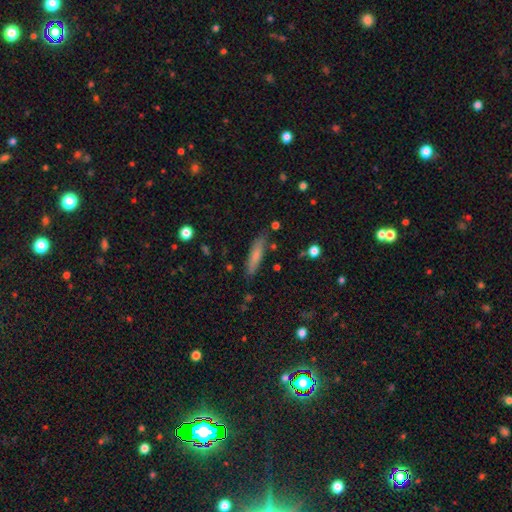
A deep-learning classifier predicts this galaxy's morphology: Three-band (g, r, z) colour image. It shows a smooth galaxy with no disk features (71%) that is cigar-shaped (79%). Merging: none (82%).